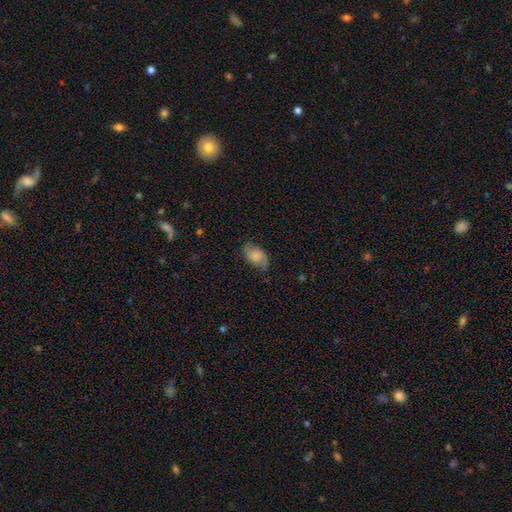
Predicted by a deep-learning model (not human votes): Smooth or featured: smooth — 56% (featured or disk — 35%)
How rounded: in between — 89% (round — 9%)
Merging: none — 72% (minor disturbance — 21%)